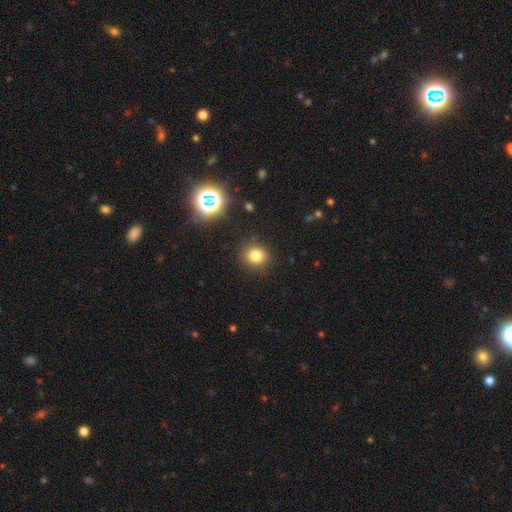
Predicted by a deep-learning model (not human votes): Smooth or featured: smooth — 79% (star or artifact — 15%)
How rounded: round — 82% (in between — 17%)
Merging: none — 87% (minor disturbance — 8%)